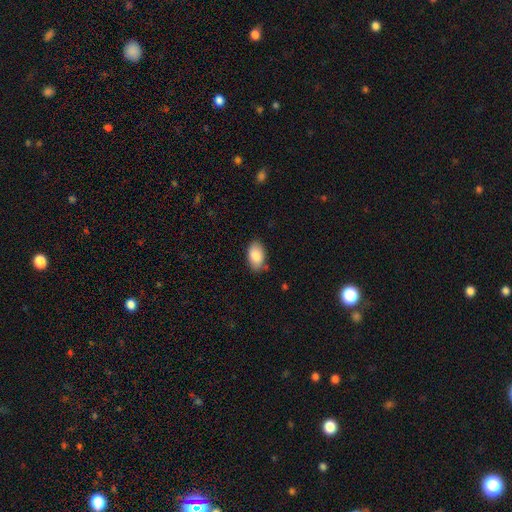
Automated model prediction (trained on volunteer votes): This is clearly a smooth galaxy (87%). How rounded: clearly in between (93%). Merging: likely none (80%).